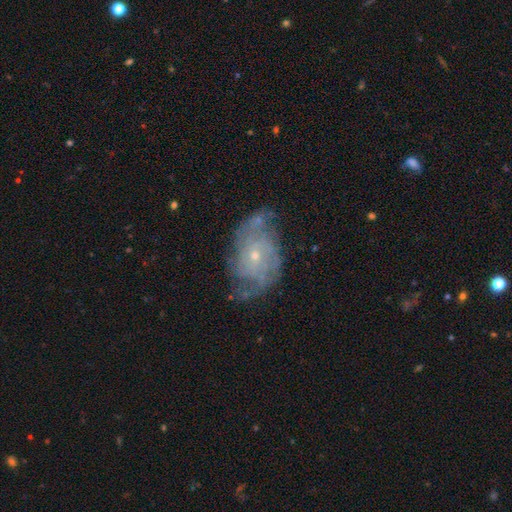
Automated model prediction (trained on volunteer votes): smooth-or-featured: featured or disk: 80% | smooth: 12% | star or artifact: 8%
  disk-edge-on: no: 97% | yes: 3%
    bar: no: 76% | weak: 20% | strong: 4%
    has-spiral-arms: yes: 89% | no: 11%
      spiral-winding: tight: 46% | medium: 37% | loose: 16%
      spiral-arm-count: can't tell: 36% | 2: 30% | 3: 15% | 4: 9% | 1: 5% | more than 4: 5%
    bulge-size: small: 74% | moderate: 22% | none: 2% | large: 1% | dominant: 1%
  merging: none: 61% | minor disturbance: 24% | major disturbance: 12% | merger: 3%